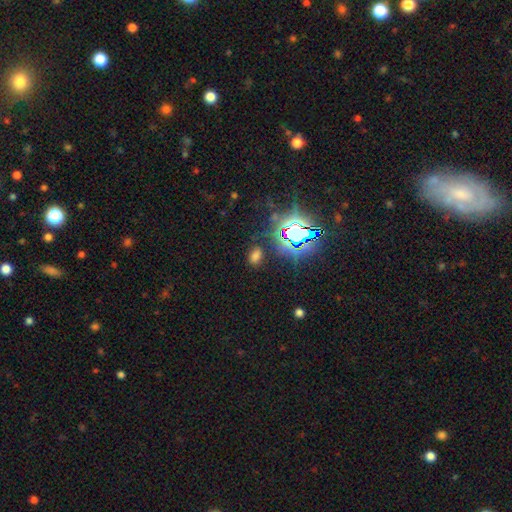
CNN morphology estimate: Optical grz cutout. It shows a smooth galaxy with no disk features (58%) that is in between round and cigar-shaped (83%). Merging: none (80%).